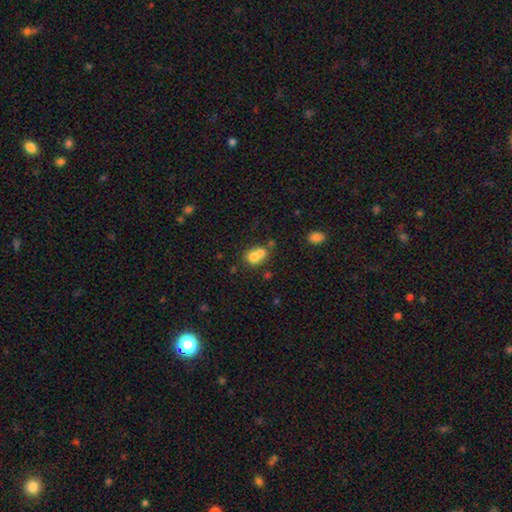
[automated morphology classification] type=smooth (70%); roundness=round (53%); merging=merger (61%).